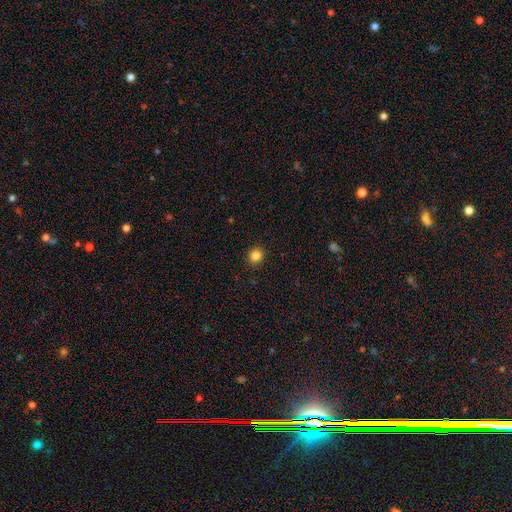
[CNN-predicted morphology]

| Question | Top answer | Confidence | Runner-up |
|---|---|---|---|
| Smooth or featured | smooth | 84% | star or artifact (12%) |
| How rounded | round | 88% | in between (11%) |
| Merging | none | 92% | minor disturbance (5%) |